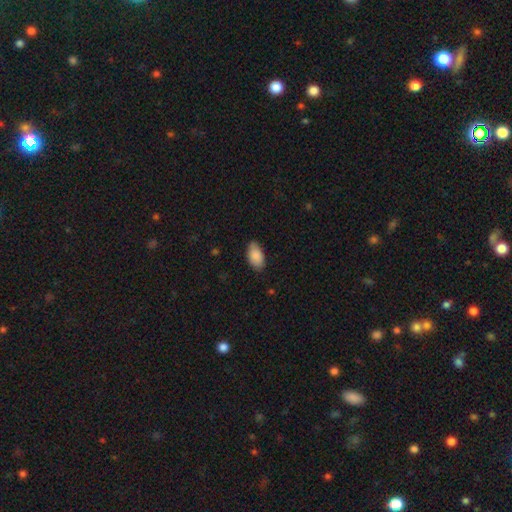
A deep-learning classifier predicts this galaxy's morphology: smooth 88%, featured or disk 6%, star or artifact 6%. Down the decision tree: how rounded — in between (95%); merging — none (82%).